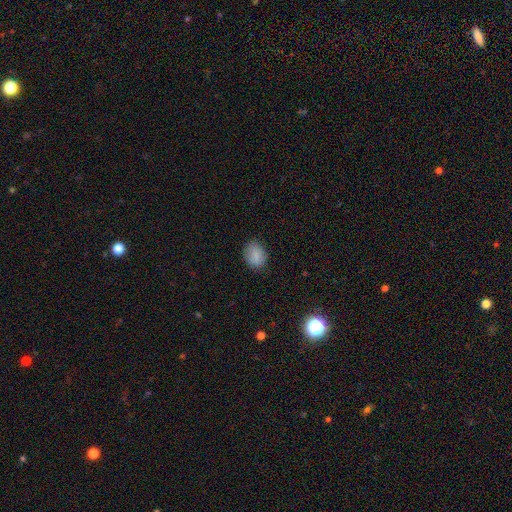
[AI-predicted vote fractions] This is clearly a smooth galaxy (85%). How rounded: likely in between (61%). Merging: clearly none (83%).